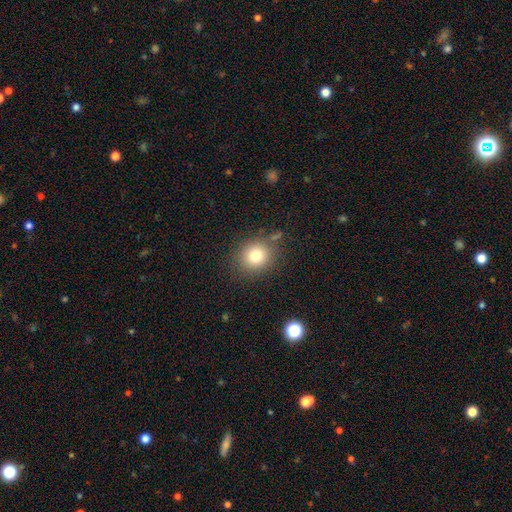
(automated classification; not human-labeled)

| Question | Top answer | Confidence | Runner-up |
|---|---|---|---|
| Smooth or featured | smooth | 79% | star or artifact (12%) |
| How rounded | round | 79% | in between (20%) |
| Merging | none | 81% | minor disturbance (11%) |